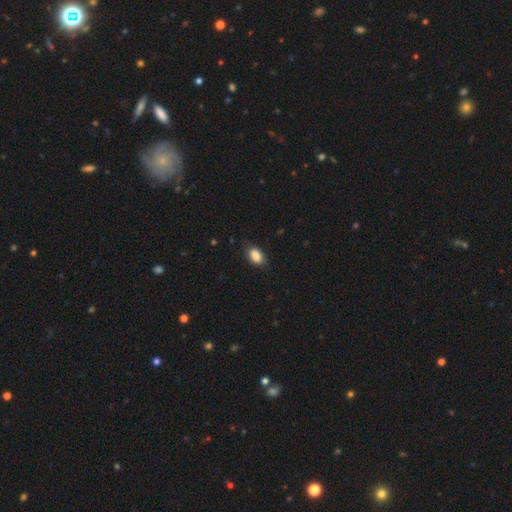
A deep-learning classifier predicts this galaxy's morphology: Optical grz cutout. It shows a smooth galaxy with no disk features (87%) that is in between round and cigar-shaped (90%). Merging: none (79%).